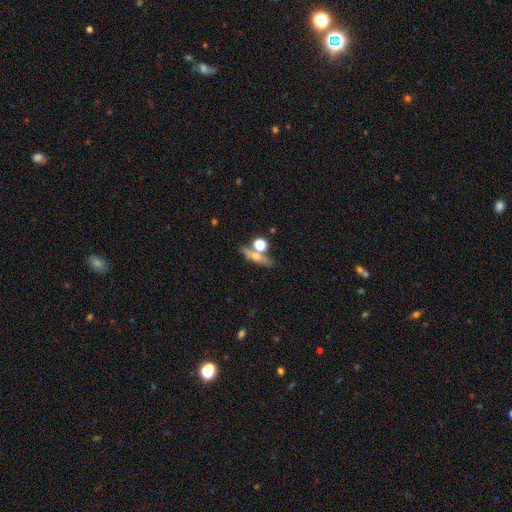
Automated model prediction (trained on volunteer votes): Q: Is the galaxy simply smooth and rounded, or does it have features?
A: smooth — 45%.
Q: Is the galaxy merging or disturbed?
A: none — 64%.